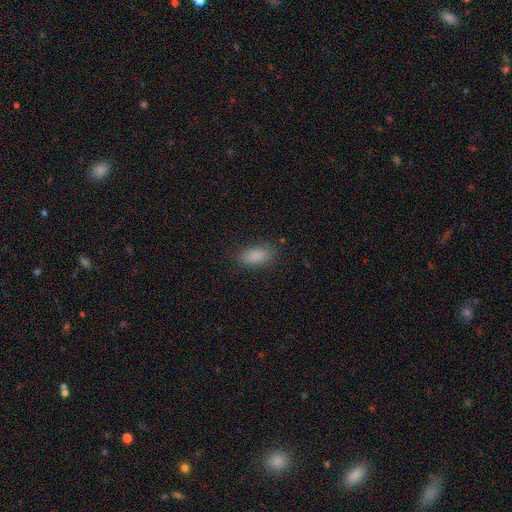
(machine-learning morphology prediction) smooth 87%, star or artifact 8%, featured or disk 5%. Down the decision tree: how rounded — in between (88%); merging — none (83%).